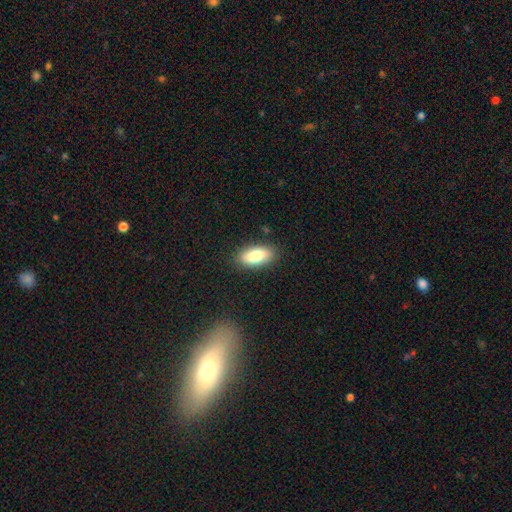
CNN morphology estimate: This is clearly a smooth galaxy (84%). How rounded: clearly in between (88%). Merging: clearly none (86%).